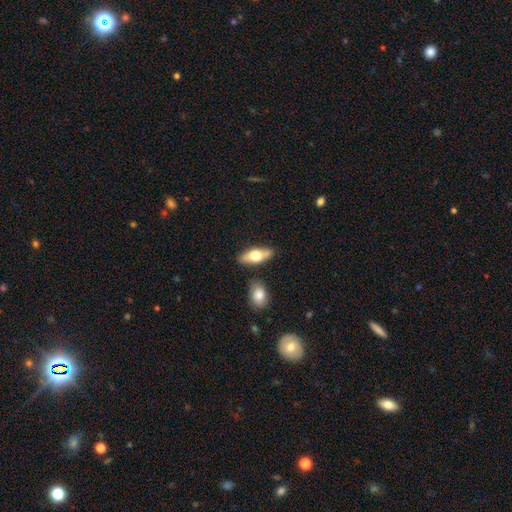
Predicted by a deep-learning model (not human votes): A smooth galaxy with no disk features (62%) that is in between round and cigar-shaped (74%). Merging: none (79%).